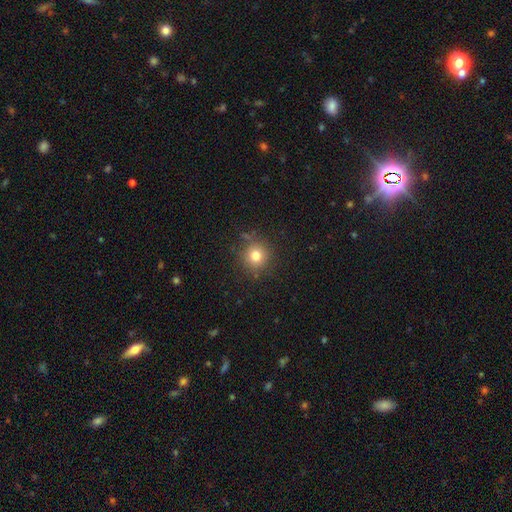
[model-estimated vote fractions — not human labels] The model was most divided on "smooth or featured": smooth: 78%, star or artifact: 14%, featured or disk: 8%. More confident: how rounded — round (93%); merging — none (84%).